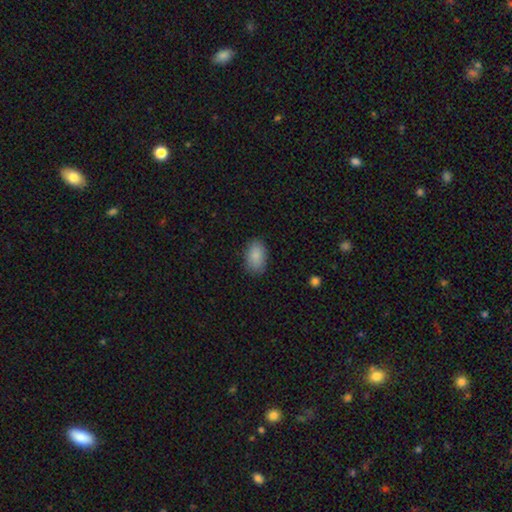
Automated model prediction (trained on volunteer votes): The model was most divided on "merging": none: 84%, minor disturbance: 12%, major disturbance: 3%, merger: 1%. More confident: how rounded — in between (90%); smooth or featured — smooth (87%).